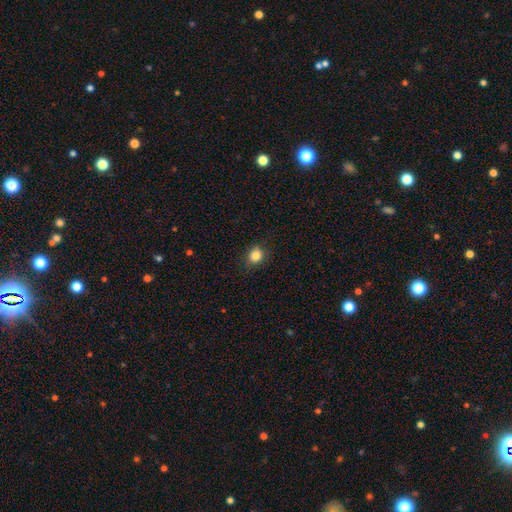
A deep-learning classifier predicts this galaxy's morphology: A smooth galaxy with no disk features (83%) that is round (75%).

Vote fractions:
- Smooth or featured? smooth: 83% / star or artifact: 11% / featured or disk: 6%
- How rounded? round: 75% / in between: 24% / cigar-shaped: 1%
- Merging? none: 88% / minor disturbance: 9% / major disturbance: 2% / merger: 1%